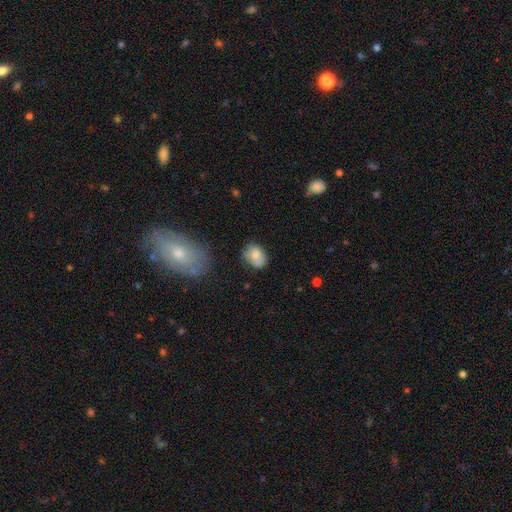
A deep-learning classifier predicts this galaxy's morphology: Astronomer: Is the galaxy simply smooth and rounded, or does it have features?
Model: smooth — 75%.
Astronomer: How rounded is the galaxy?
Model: in between — 65%.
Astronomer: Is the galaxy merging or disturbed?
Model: none — 66%.